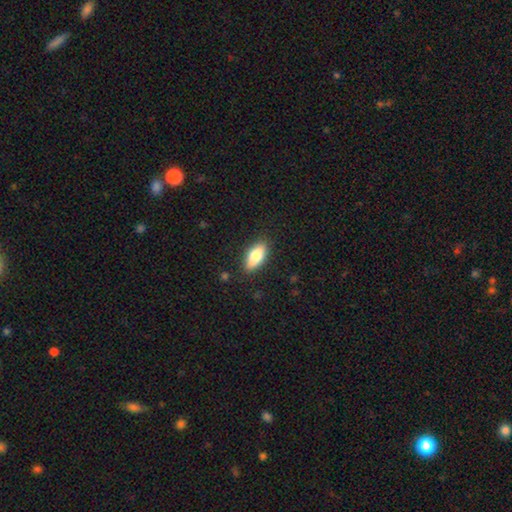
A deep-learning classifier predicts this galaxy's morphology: Smooth or featured?
  - smooth: 77% *
  - featured or disk: 16%
  - star or artifact: 7%
How rounded?
  - in between: 82% *
  - cigar-shaped: 15%
  - round: 3%
Merging?
  - none: 86% *
  - minor disturbance: 10%
  - major disturbance: 2%
  - merger: 1%